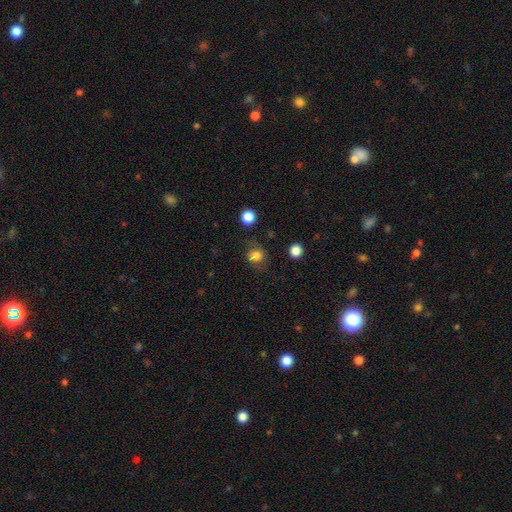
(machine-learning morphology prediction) A smooth galaxy with no disk features (81%) that is round (77%).

Vote fractions:
- Smooth or featured? smooth: 81% / star or artifact: 12% / featured or disk: 7%
- How rounded? round: 77% / in between: 22% / cigar-shaped: 1%
- Merging? none: 74% / minor disturbance: 17% / major disturbance: 7% / merger: 2%